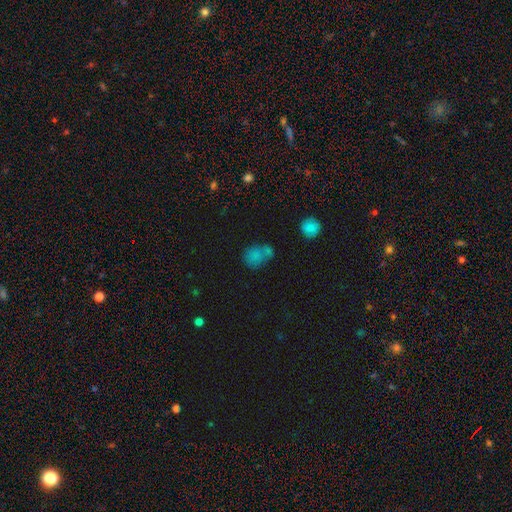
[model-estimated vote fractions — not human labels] The model was most divided on "how rounded" (2-way tie): round: 49%, in between: 49%, cigar-shaped: 2%. Remaining: smooth or featured — smooth (74%); merging — none (39%).